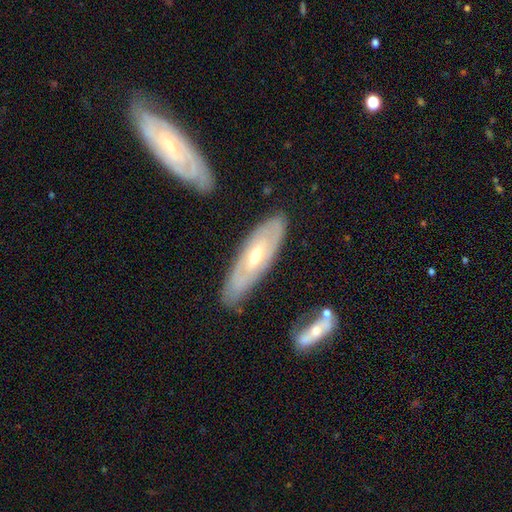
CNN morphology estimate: This is likely a featured or disk galaxy (70%). It is likely not viewed edge-on (74%). Bar: possibly no (56%). Spiral arm pattern: possibly yes (60%). Central bulge: likely moderate (62%). Merging: likely none (80%).